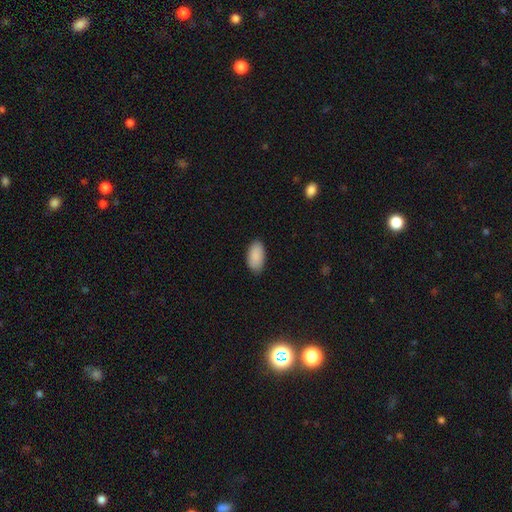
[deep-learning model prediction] A smooth galaxy with no disk features (90%) that is in between round and cigar-shaped (95%). Merging: none (85%).